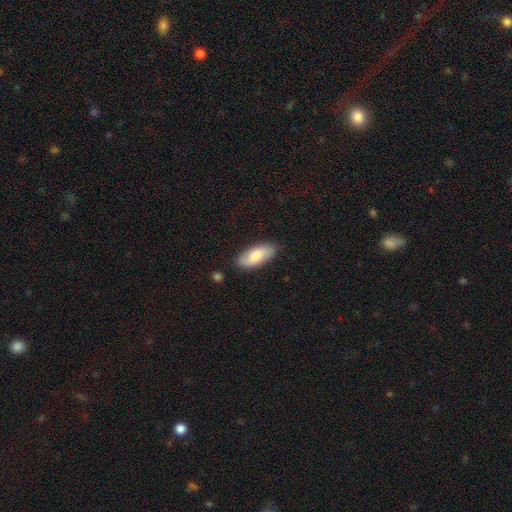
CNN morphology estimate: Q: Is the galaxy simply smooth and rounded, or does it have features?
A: smooth — 74%.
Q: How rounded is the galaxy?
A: in between — 88%.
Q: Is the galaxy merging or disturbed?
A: none — 82%.